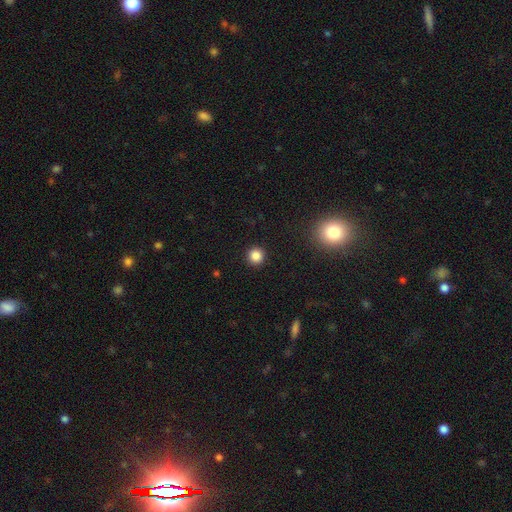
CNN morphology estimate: The model was most divided on "smooth or featured": smooth: 84%, star or artifact: 12%, featured or disk: 4%. More confident: how rounded — round (95%); merging — none (93%).